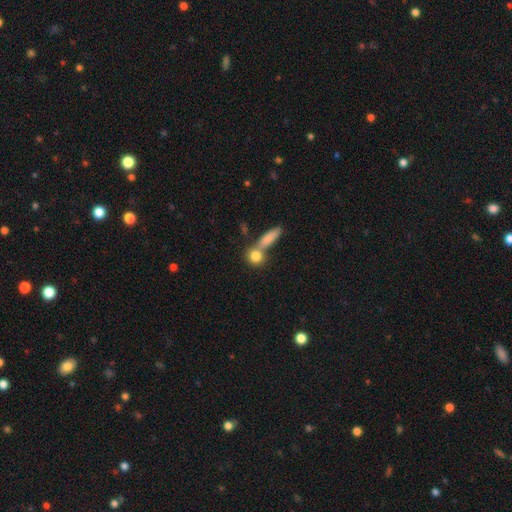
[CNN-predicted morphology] type=smooth (80%); roundness=round (65%); merging=none (50%).